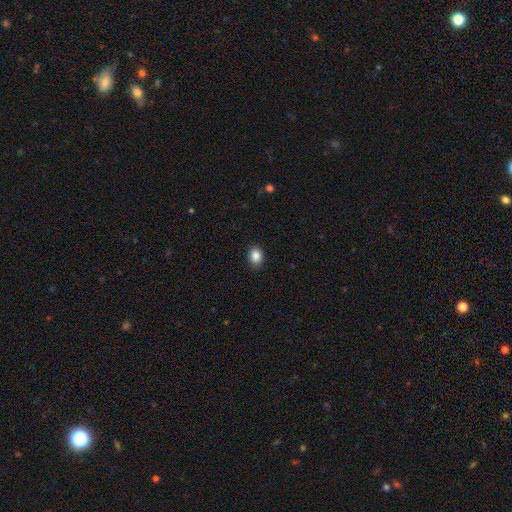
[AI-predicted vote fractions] The model was most divided on "how rounded": round: 51%, in between: 48%, cigar-shaped: 1%. More confident: merging — none (88%); smooth or featured — smooth (87%).